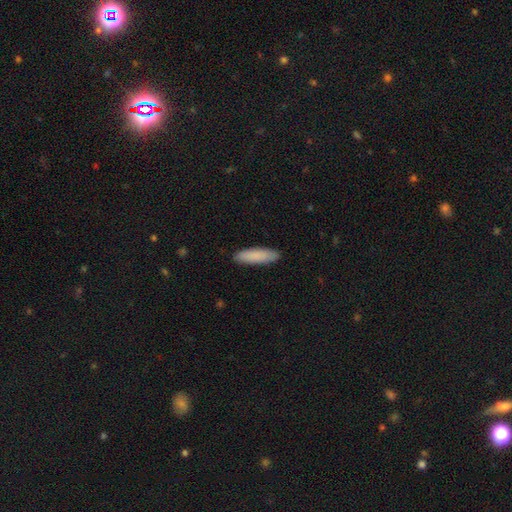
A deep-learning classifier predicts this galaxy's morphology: This appears to be a smooth galaxy with no disk features (87%) that is cigar-shaped (71%). Merging: none (89%).